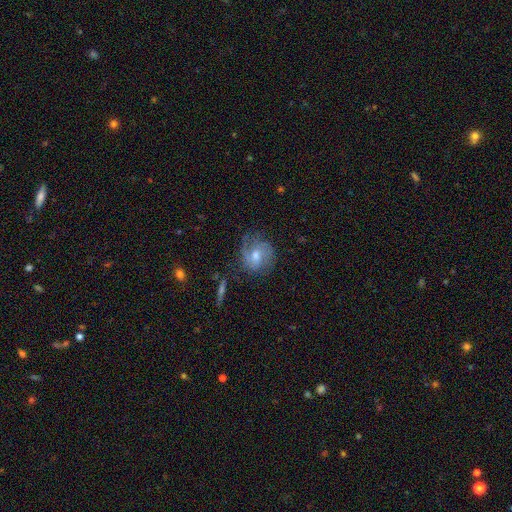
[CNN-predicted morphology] Smooth or featured: featured or disk — 54% (smooth — 38%)
Edge-on disk: no — 96% (yes — 4%)
Bar: no — 50% (weak — 42%)
Spiral arms: yes — 82% (no — 18%)
Bulge size: moderate — 66% (small — 24%)
Merging: none — 63% (minor disturbance — 24%)